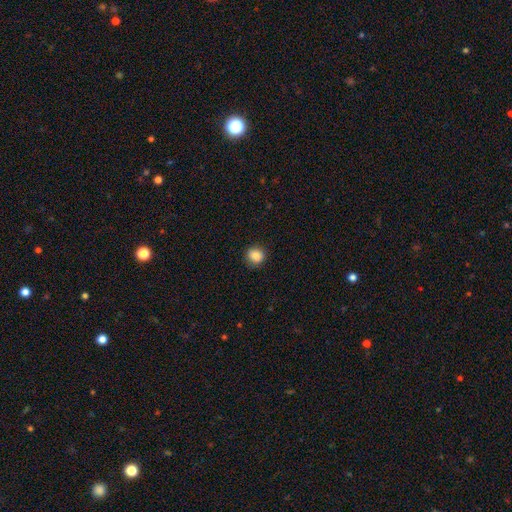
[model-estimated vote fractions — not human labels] This appears to be a smooth galaxy with no disk features (86%) that is round (80%). Merging: none (85%).